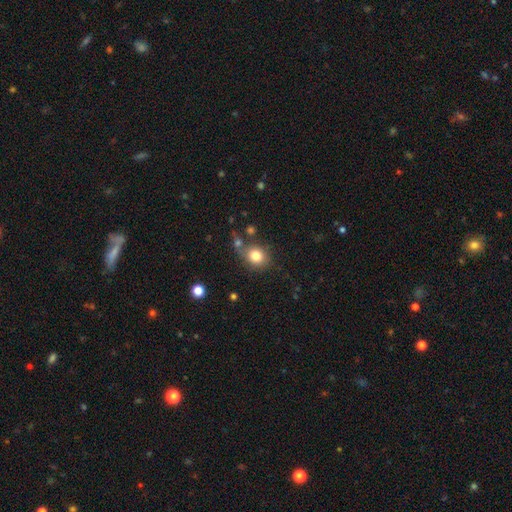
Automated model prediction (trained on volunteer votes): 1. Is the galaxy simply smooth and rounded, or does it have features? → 80% smooth, 11% star or artifact, 9% featured or disk.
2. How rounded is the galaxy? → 67% round, 32% in between, 1% cigar-shaped.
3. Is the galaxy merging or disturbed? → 65% none, 16% minor disturbance, 14% merger, 6% major disturbance.